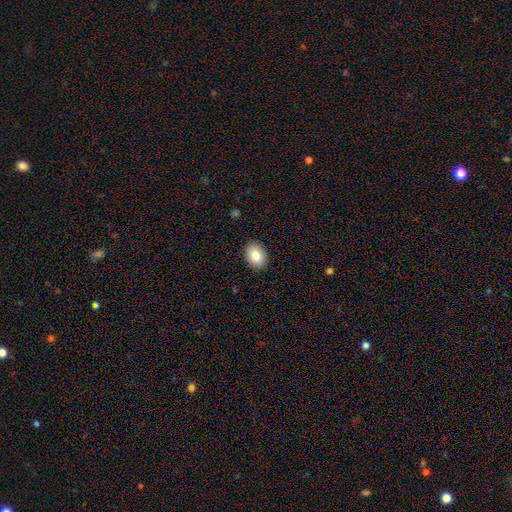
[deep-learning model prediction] smooth_or_featured: smooth (p=0.83) [alt: featured or disk p=0.09]
how_rounded: in between (p=0.70) [alt: round p=0.29]
merging: none (p=0.89) [alt: minor disturbance p=0.08]